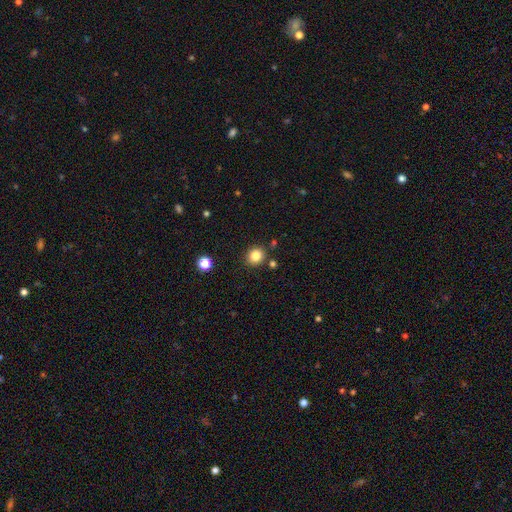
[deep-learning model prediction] Q: Smooth or featured?
A: smooth (84%); runner-up: star or artifact (11%)
Q: How rounded?
A: round (84%); runner-up: in between (15%)
Q: Merging?
A: none (86%); runner-up: minor disturbance (7%)